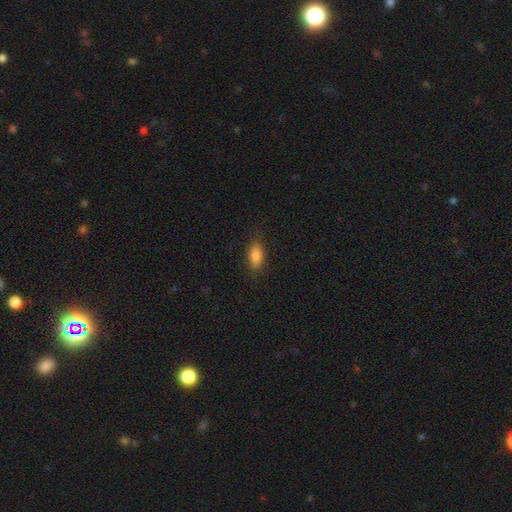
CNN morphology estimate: Smooth or featured? smooth (85%)
How rounded? in between (87%)
Merging? none (84%)